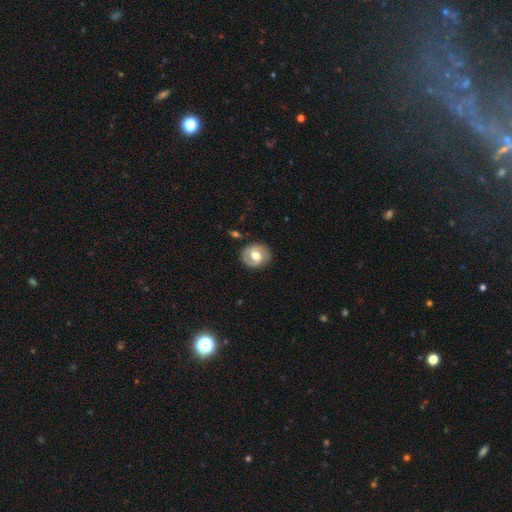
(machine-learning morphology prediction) Smooth or featured: featured or disk — 52% (smooth — 42%)
Edge-on disk: no — 96% (yes — 4%)
Merging: none — 81% (minor disturbance — 13%)